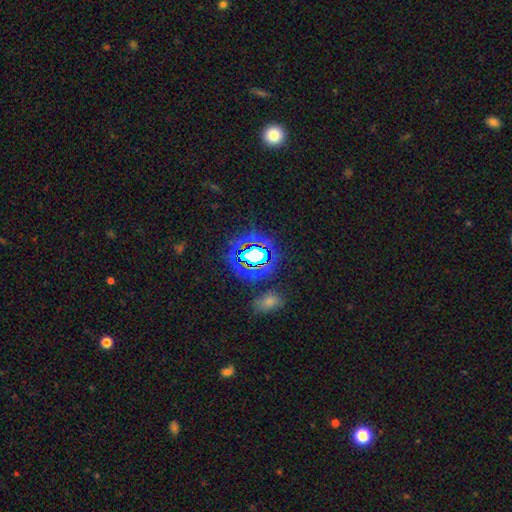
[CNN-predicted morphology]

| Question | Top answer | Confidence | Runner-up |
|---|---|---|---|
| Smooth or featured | star or artifact | 65% | smooth (23%) |